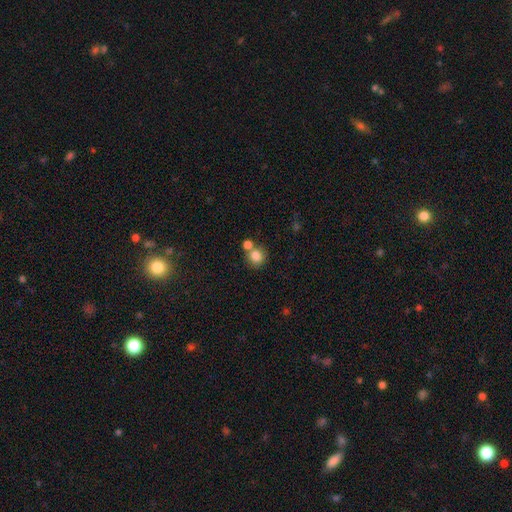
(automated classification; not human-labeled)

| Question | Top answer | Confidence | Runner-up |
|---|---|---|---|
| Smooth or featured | smooth | 83% | star or artifact (10%) |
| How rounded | round | 87% | in between (12%) |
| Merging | none | 53% | merger (35%) |